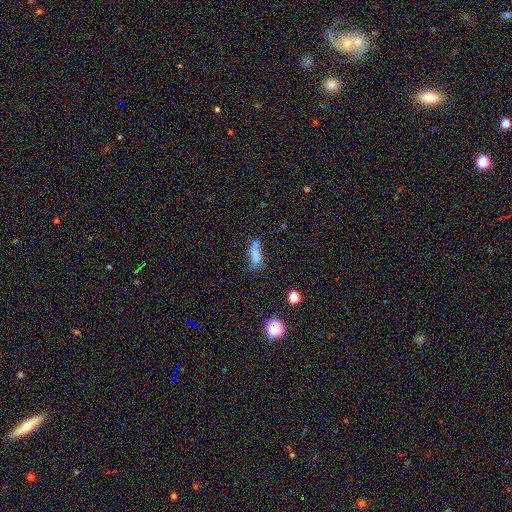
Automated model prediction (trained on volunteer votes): Smooth or featured? smooth (64%)
How rounded? in between (65%)
Merging? merger (33%)